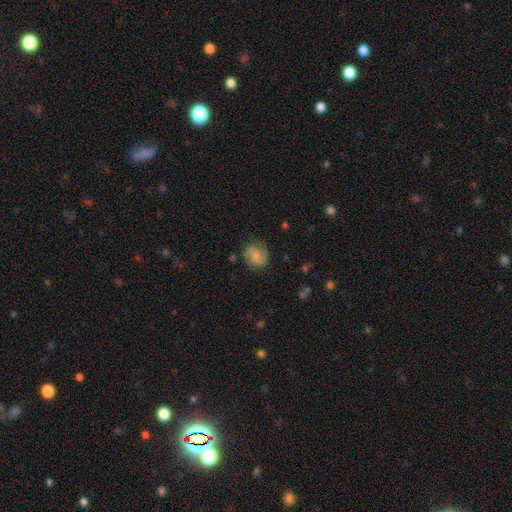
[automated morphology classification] smooth_or_featured: smooth (p=0.57) [alt: featured or disk p=0.34]
how_rounded: round (p=0.73) [alt: in between p=0.26]
merging: none (p=0.73) [alt: minor disturbance p=0.19]